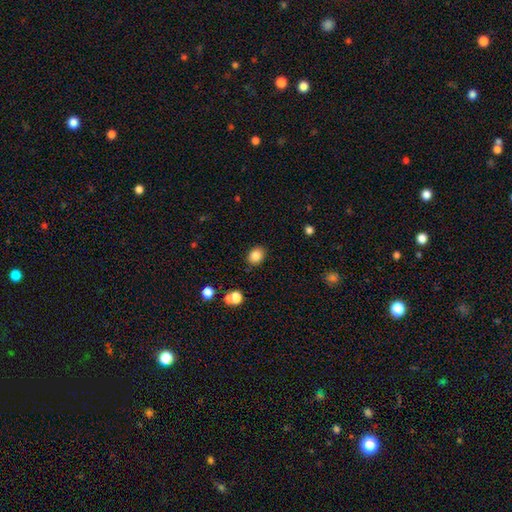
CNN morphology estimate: Smooth or featured: smooth — 84% (star or artifact — 10%)
How rounded: round — 51% (in between — 48%)
Merging: none — 86% (minor disturbance — 9%)